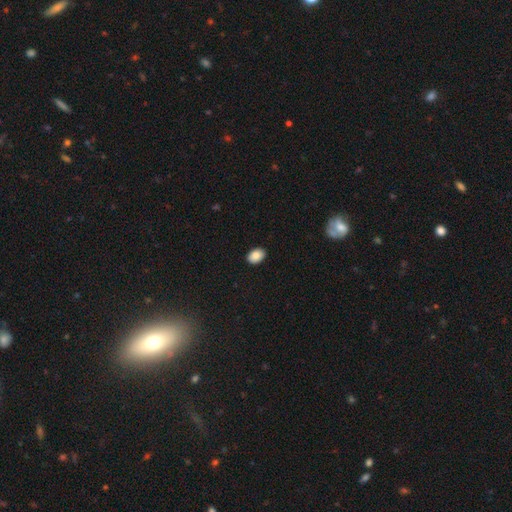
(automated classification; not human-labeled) Smooth or featured? smooth (88%)
How rounded? in between (82%)
Merging? none (89%)